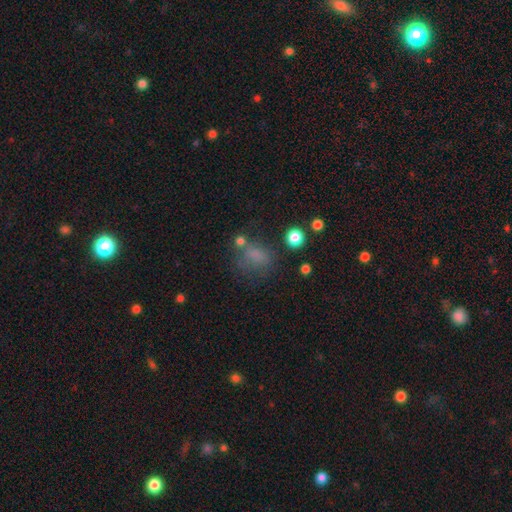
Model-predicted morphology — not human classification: type=smooth (65%); roundness=in between (56%); merging=none (48%).